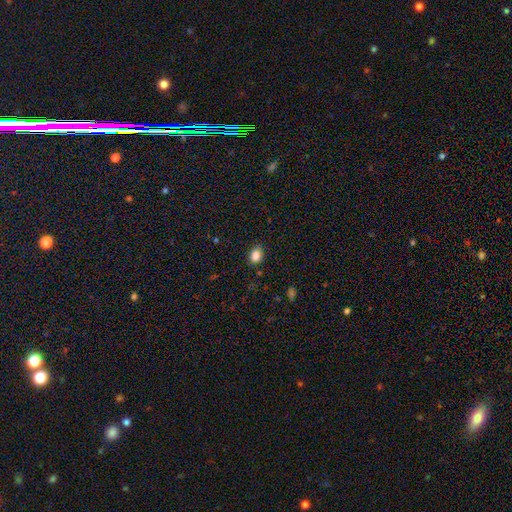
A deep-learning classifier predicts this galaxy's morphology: A smooth galaxy with no disk features (85%) that is in between round and cigar-shaped (68%). Merging: none (81%).